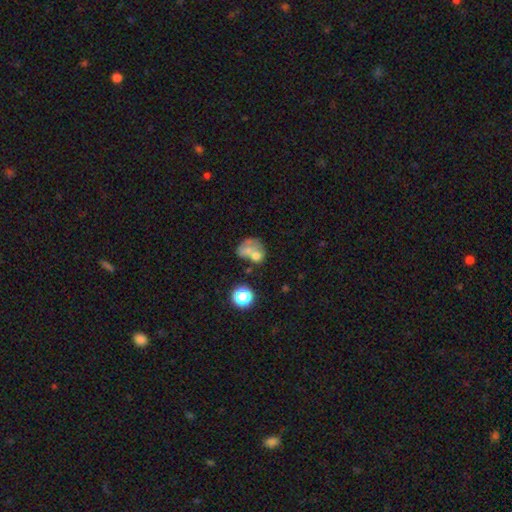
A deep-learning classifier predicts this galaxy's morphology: The model was most divided on "merging": merger: 39%, none: 30%, major disturbance: 16%, minor disturbance: 15%. Remaining: smooth or featured — smooth (49%).